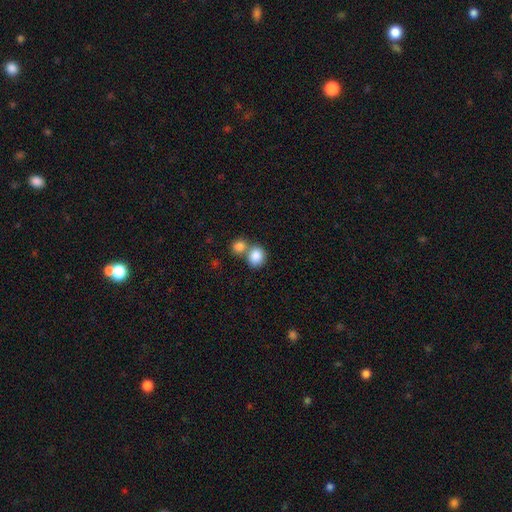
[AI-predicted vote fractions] This is clearly a smooth galaxy (85%). How rounded: likely round (73%). Merging: possibly merger (46%).